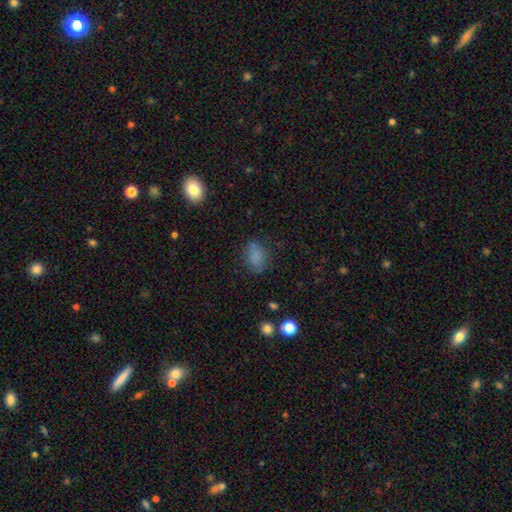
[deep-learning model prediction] smooth 80%, star or artifact 13%, featured or disk 7%. Down the decision tree: how rounded — in between (79%); merging — none (69%).